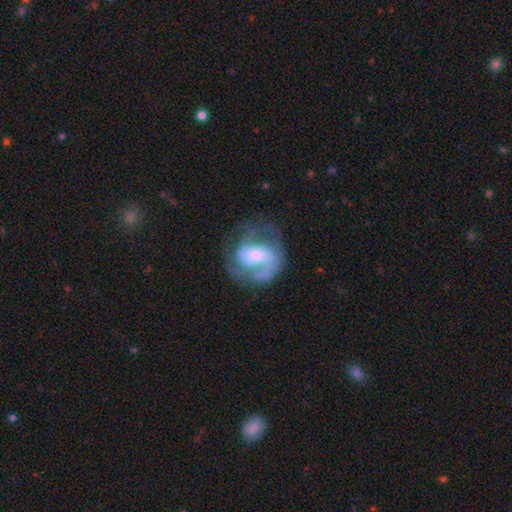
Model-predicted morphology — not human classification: smooth-or-featured: featured or disk: 81% | smooth: 13% | star or artifact: 6%
  disk-edge-on: no: 98% | yes: 2%
    bar: weak: 42% | no: 39% | strong: 19%
    has-spiral-arms: yes: 93% | no: 7%
      spiral-winding: medium: 46% | tight: 38% | loose: 17%
      spiral-arm-count: 2: 57% | can't tell: 15% | 1: 12% | 3: 11% | 4: 3% | more than 4: 2%
    bulge-size: small: 50% | moderate: 34% | large: 9% | none: 5% | dominant: 2%
  merging: none: 61% | minor disturbance: 19% | major disturbance: 18% | merger: 2%